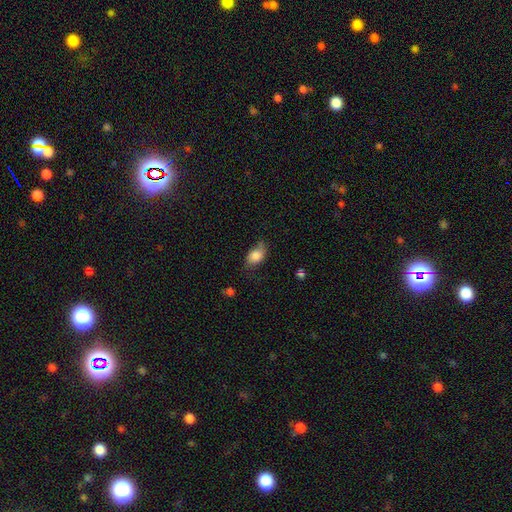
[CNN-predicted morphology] Smooth or featured: smooth — 80% (featured or disk — 12%)
How rounded: in between — 80% (round — 18%)
Merging: none — 56% (minor disturbance — 31%)